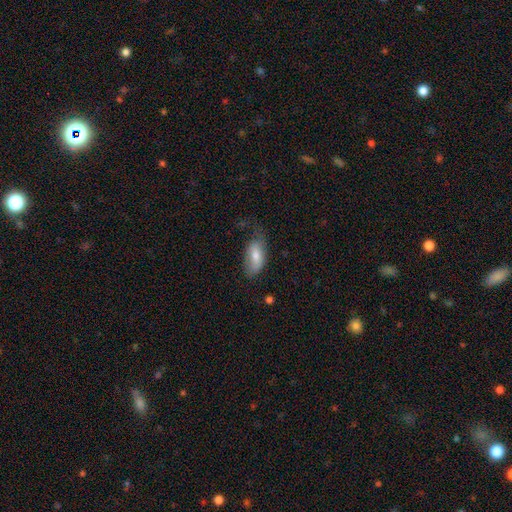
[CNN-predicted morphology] This appears to be a smooth galaxy with no disk features (71%) that is in between round and cigar-shaped (89%). Merging: none (45%).